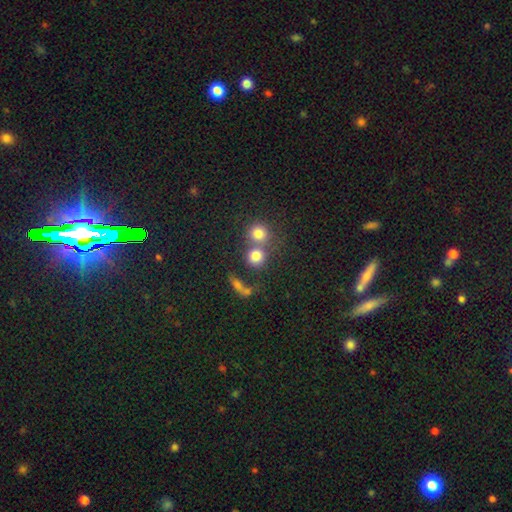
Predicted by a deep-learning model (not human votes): smooth 78%, star or artifact 12%, featured or disk 10%. Down the decision tree: how rounded — round (87%); merging — none (45%).